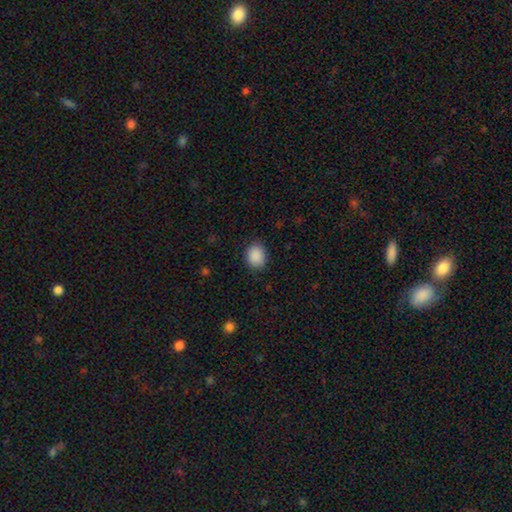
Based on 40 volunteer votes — Smooth or featured? smooth (95%)
How rounded? round (71%)
Merging? none (85%)